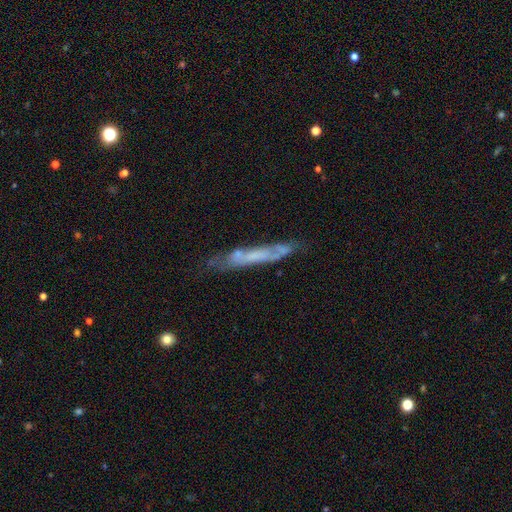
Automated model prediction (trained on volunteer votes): smooth_or_featured: featured or disk (p=0.56) [alt: smooth p=0.36]
disk_edge_on: yes (p=0.66) [alt: no p=0.34]
merging: none (p=0.62) [alt: minor disturbance p=0.23]